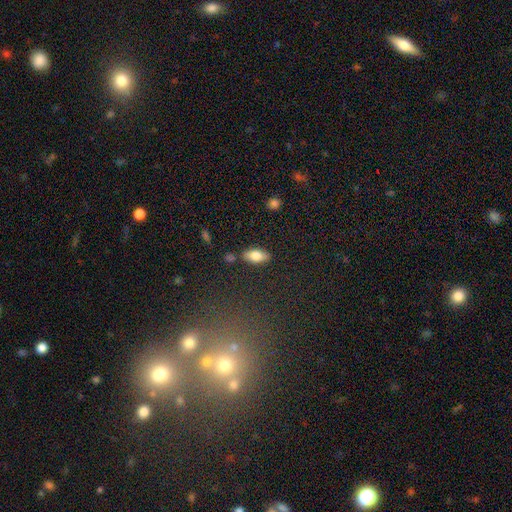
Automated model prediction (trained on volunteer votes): smooth 78%, featured or disk 15%, star or artifact 7%. Down the decision tree: how rounded — in between (87%); merging — none (82%).